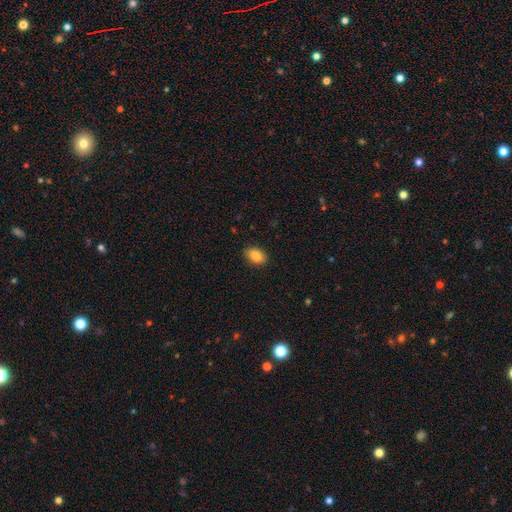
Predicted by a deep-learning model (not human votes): Smooth or featured: smooth — 86% (star or artifact — 8%)
How rounded: in between — 87% (round — 11%)
Merging: none — 87% (minor disturbance — 10%)